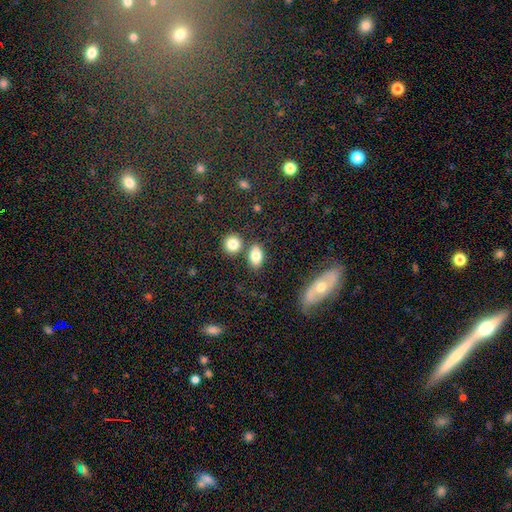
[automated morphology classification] Smooth or featured: smooth — 81% (featured or disk — 10%)
How rounded: in between — 81% (round — 16%)
Merging: none — 68% (merger — 17%)